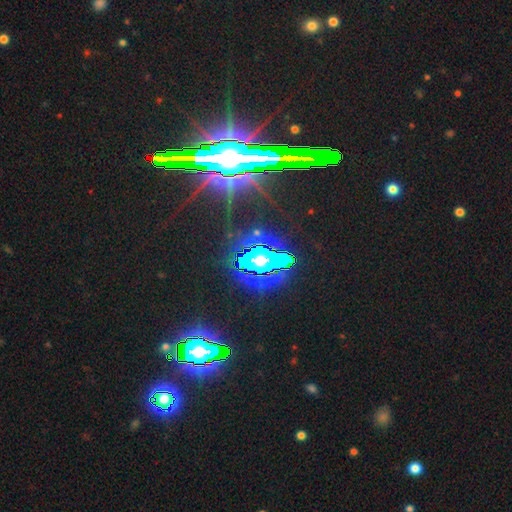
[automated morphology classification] A star or artifact, not a galaxy (76%).